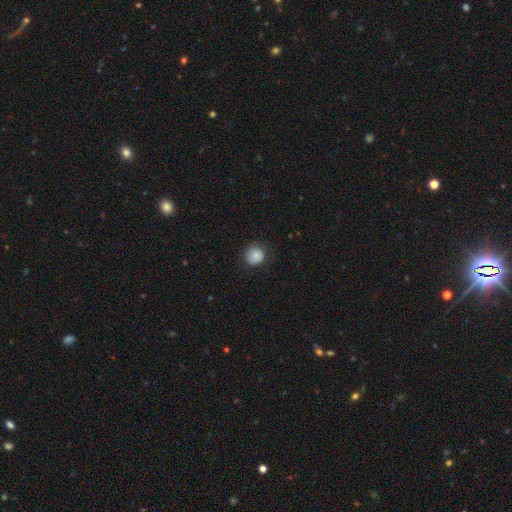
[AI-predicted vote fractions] Smooth or featured: smooth — 82% (featured or disk — 10%)
How rounded: round — 87% (in between — 12%)
Merging: none — 72% (minor disturbance — 20%)